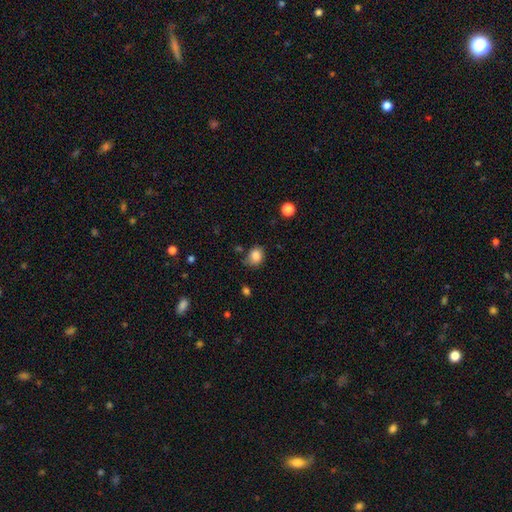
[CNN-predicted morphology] The model was most divided on "how rounded": round: 53%, in between: 46%, cigar-shaped: 1%. More confident: smooth or featured — smooth (84%); merging — none (63%).